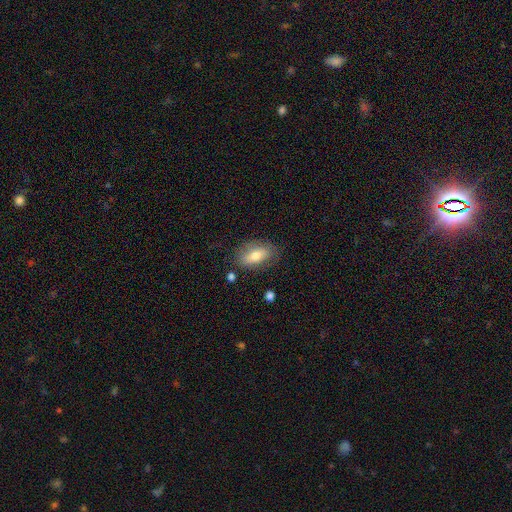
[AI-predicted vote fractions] This is likely a smooth galaxy (70%). How rounded: clearly in between (86%). Merging: likely none (77%).